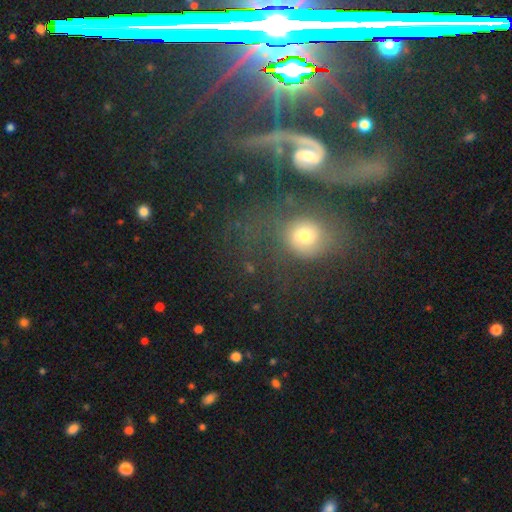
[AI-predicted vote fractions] star or artifact 41%, featured or disk 30%, smooth 30%.